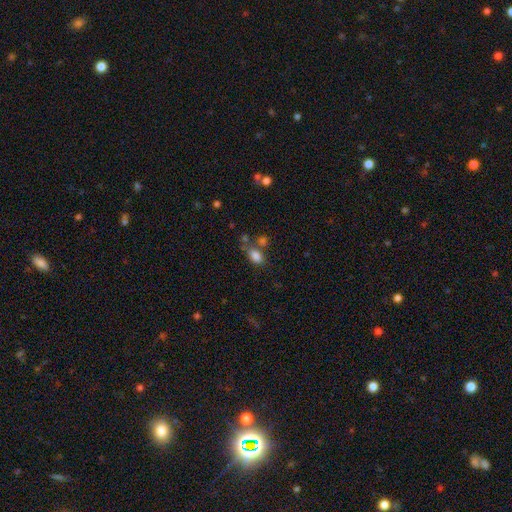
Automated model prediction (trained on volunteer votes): A smooth galaxy with no disk features (82%) that is in between round and cigar-shaped (83%). Merging: none (54%).